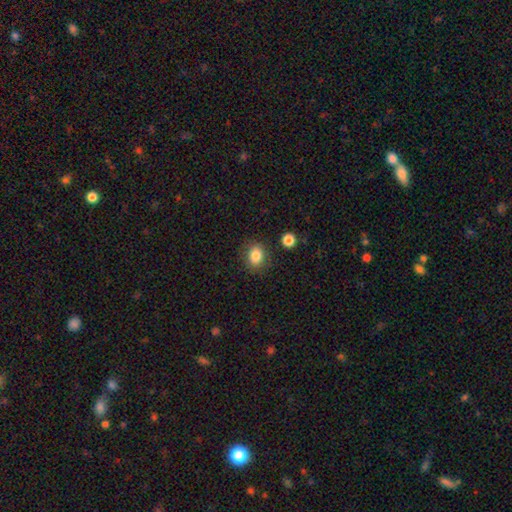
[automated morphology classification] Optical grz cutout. It shows a smooth galaxy with no disk features (84%) that is in between round and cigar-shaped (52%). Merging: none (82%).